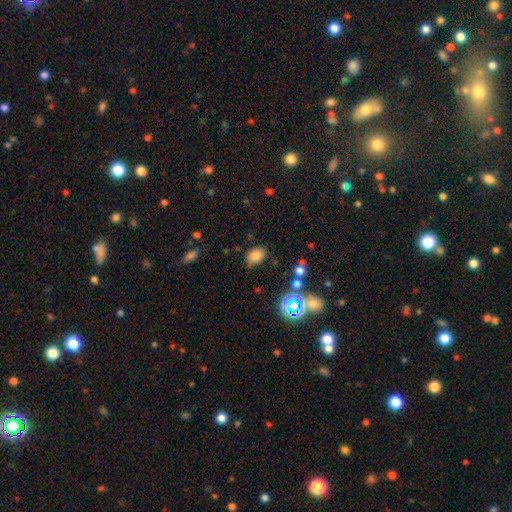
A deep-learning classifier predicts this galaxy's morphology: Smooth or featured?
  - smooth: 77% *
  - star or artifact: 16%
  - featured or disk: 7%
How rounded?
  - in between: 77% *
  - round: 22%
  - cigar-shaped: 1%
Merging?
  - none: 74% *
  - minor disturbance: 18%
  - major disturbance: 5%
  - merger: 3%